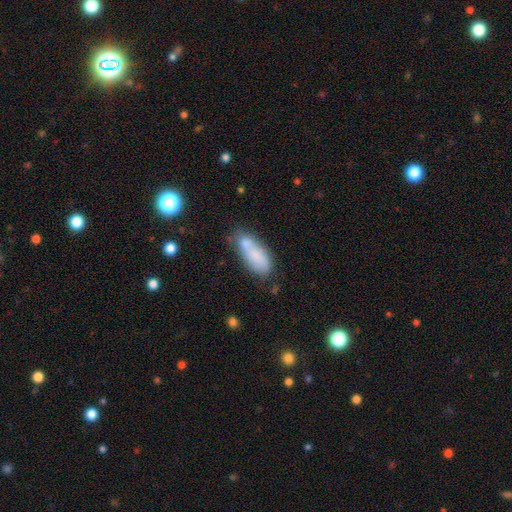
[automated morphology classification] A smooth galaxy with no disk features (76%) that is in between round and cigar-shaped (75%). Merging: none (49%).